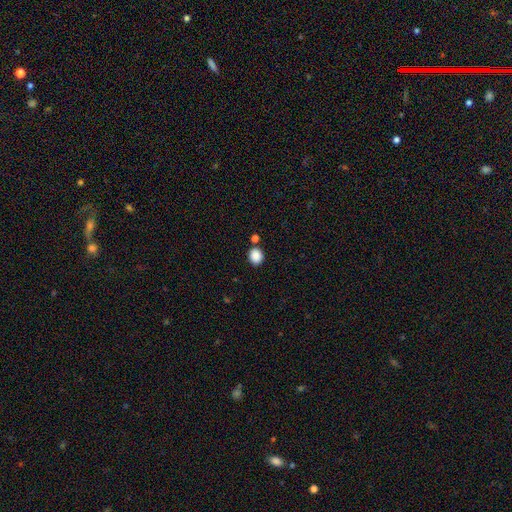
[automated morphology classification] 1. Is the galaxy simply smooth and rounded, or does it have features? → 88% smooth, 9% star or artifact, 3% featured or disk.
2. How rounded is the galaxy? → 66% round, 33% in between, 1% cigar-shaped.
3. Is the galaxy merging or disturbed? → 79% none, 9% minor disturbance, 8% merger, 3% major disturbance.